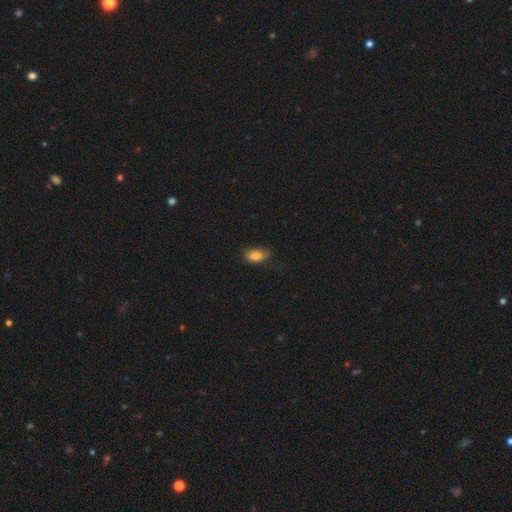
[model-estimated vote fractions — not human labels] Smooth or featured: smooth — 83% (star or artifact — 9%)
How rounded: in between — 88% (round — 8%)
Merging: none — 65% (minor disturbance — 27%)